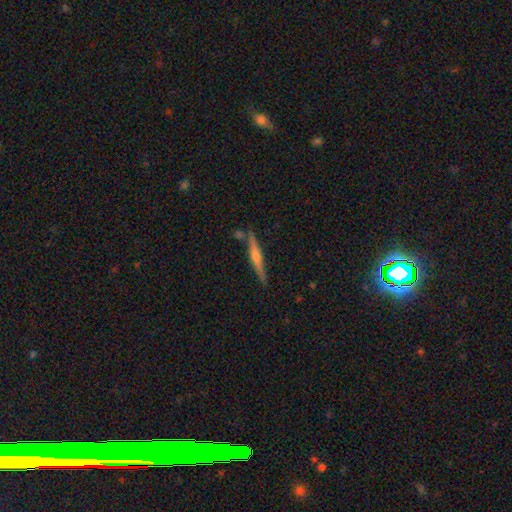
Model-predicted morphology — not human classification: A featured or disk galaxy (73%) viewed edge-on (98%) with a rounded central bulge (78%).

Vote fractions:
- Smooth or featured? featured or disk: 73% / smooth: 20% / star or artifact: 7%
- Edge-on disk? yes: 98% / no: 2%
- Edge-on bulge? rounded: 78% / none: 13% / boxy: 9%
- Merging? none: 86% / minor disturbance: 9% / merger: 3% / major disturbance: 2%